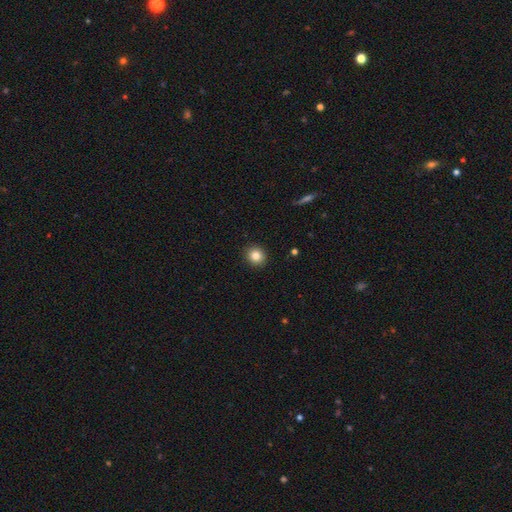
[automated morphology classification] Smooth or featured? Predicted: smooth (p=0.83). How rounded? Predicted: round (p=0.83). Merging? Predicted: none (p=0.92).